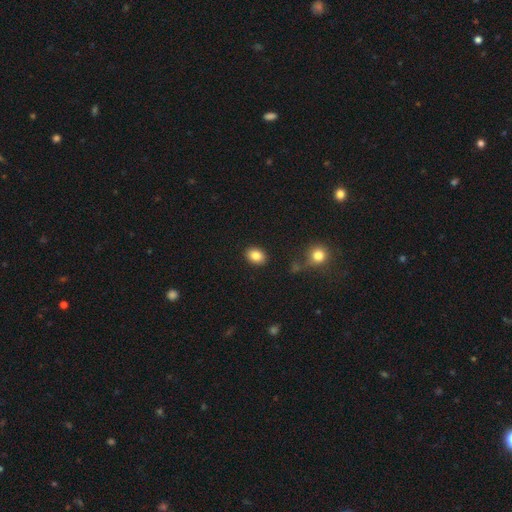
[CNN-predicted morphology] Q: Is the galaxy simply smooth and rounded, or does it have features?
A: smooth — 84%.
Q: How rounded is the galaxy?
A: in between — 67%.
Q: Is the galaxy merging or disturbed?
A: none — 88%.